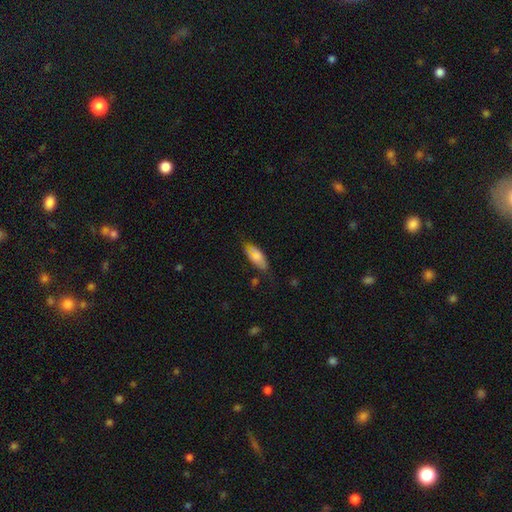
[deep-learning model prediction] A smooth galaxy with no disk features (68%) that is in between round and cigar-shaped (78%). Merging: none (65%).